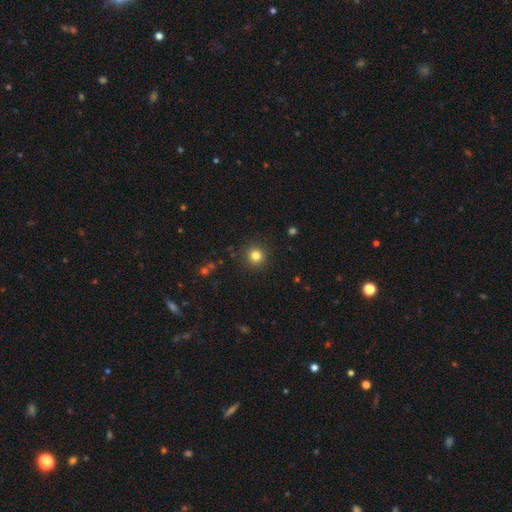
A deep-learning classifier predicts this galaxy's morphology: This appears to be a smooth galaxy with no disk features (82%) that is round (94%). Merging: none (91%).